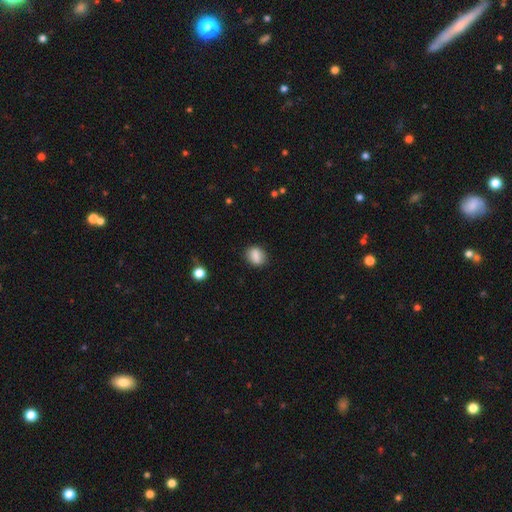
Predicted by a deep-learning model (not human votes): This appears to be a smooth galaxy with no disk features (84%) that is in between round and cigar-shaped (55%). Merging: none (81%).